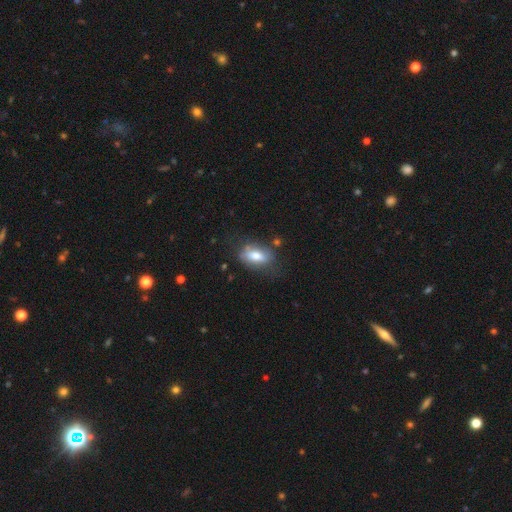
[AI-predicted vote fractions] A smooth galaxy with no disk features (66%) that is in between round and cigar-shaped (85%). Merging: none (64%).